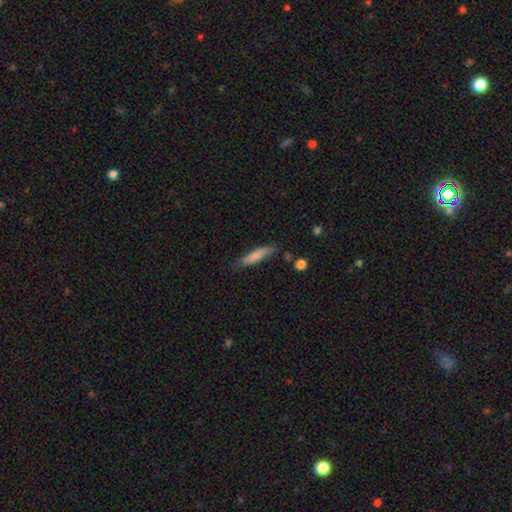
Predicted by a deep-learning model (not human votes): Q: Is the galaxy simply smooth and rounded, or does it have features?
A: smooth — 77%.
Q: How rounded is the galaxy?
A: cigar-shaped — 84%.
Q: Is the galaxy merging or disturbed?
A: none — 77%.